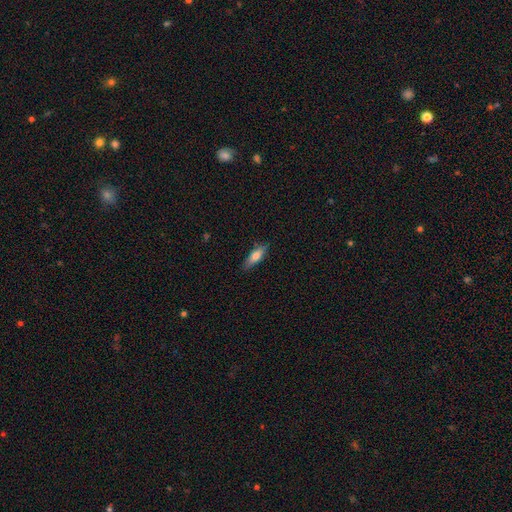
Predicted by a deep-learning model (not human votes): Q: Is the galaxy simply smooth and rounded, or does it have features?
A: smooth — 66%.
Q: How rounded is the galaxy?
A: cigar-shaped — 53%.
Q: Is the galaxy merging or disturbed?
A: none — 83%.